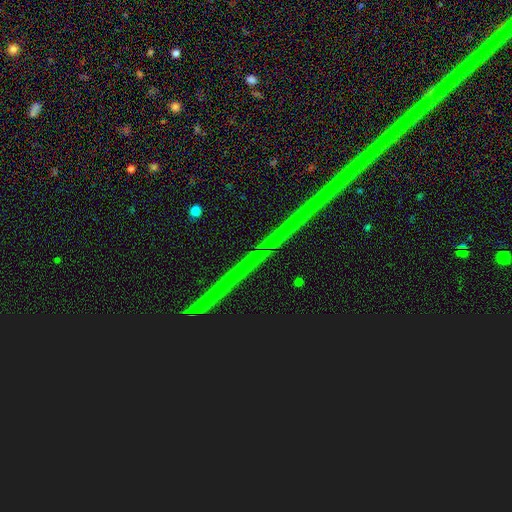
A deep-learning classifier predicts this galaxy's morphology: A star or artifact, not a galaxy (87%).